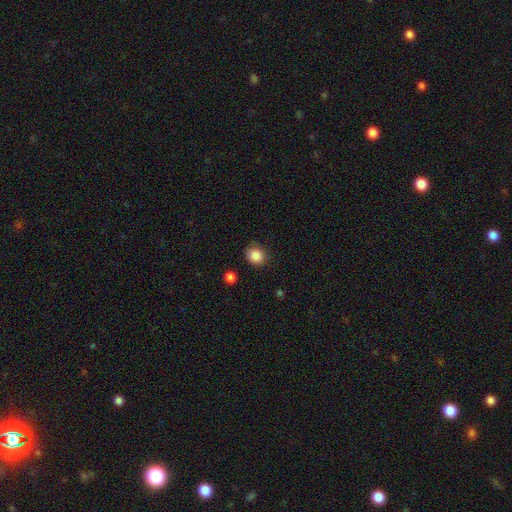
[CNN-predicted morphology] Overall: smooth (86%). How rounded: round (77%). Merging: none (83%).